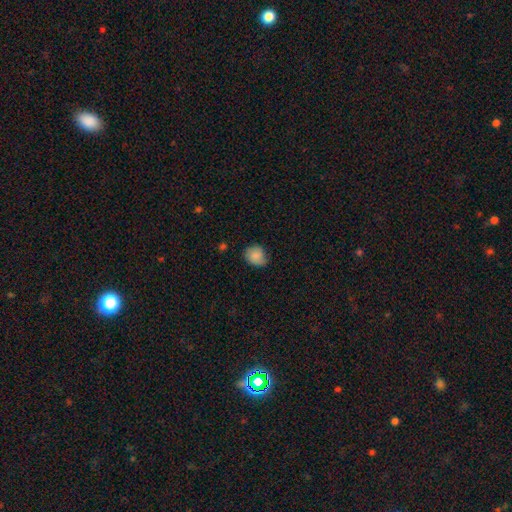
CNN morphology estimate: Overall: smooth (81%). How rounded: round (65%; in between 34%). Merging: none (65%; minor disturbance 28%).